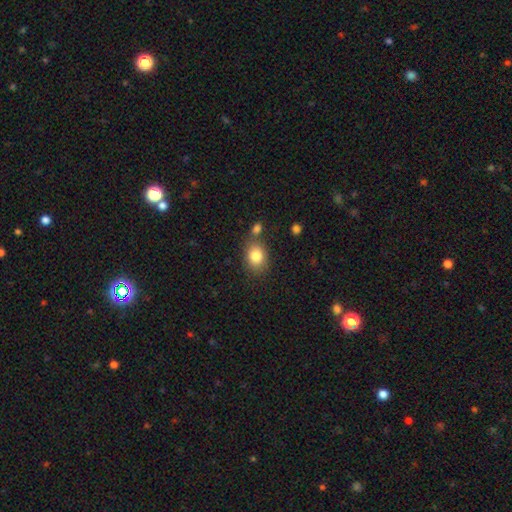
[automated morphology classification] The model was most divided on "how rounded": in between: 54%, round: 45%, cigar-shaped: 1%. More confident: smooth or featured — smooth (82%); merging — none (70%).